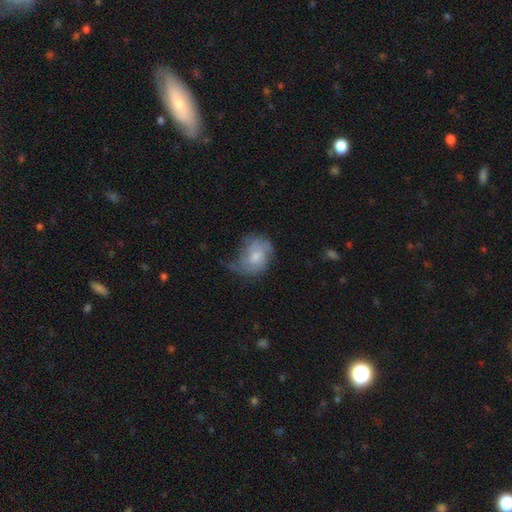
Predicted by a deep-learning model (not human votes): smooth-or-featured: featured or disk: 47% | smooth: 45% | star or artifact: 8%
  merging: minor disturbance: 34% (tied) | none: 34% (tied) | major disturbance: 30% | merger: 2%